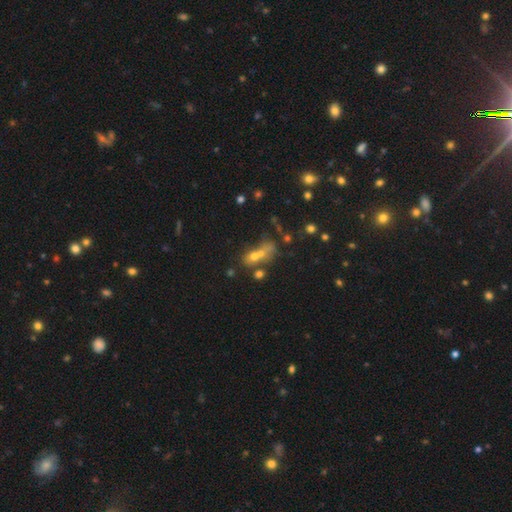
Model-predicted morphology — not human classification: smooth-or-featured: smooth: 50% | star or artifact: 25% | featured or disk: 25%
  merging: merger: 51% | none: 30% | minor disturbance: 10% | major disturbance: 9%